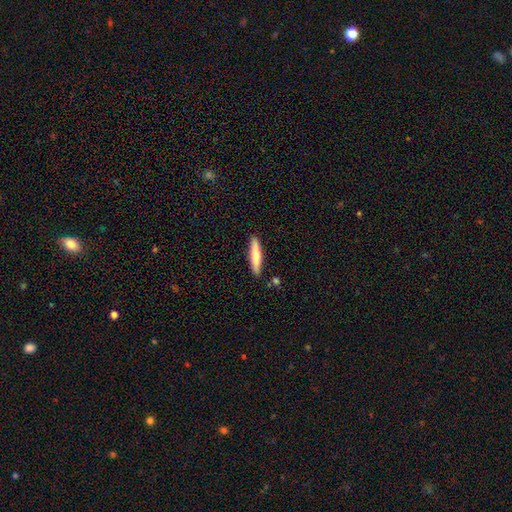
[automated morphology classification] Smooth or featured?
  - smooth: 66% *
  - featured or disk: 28%
  - star or artifact: 5%
How rounded?
  - cigar-shaped: 88% *
  - in between: 10%
  - round: 1%
Merging?
  - none: 88% *
  - minor disturbance: 8%
  - merger: 2%
  - major disturbance: 2%